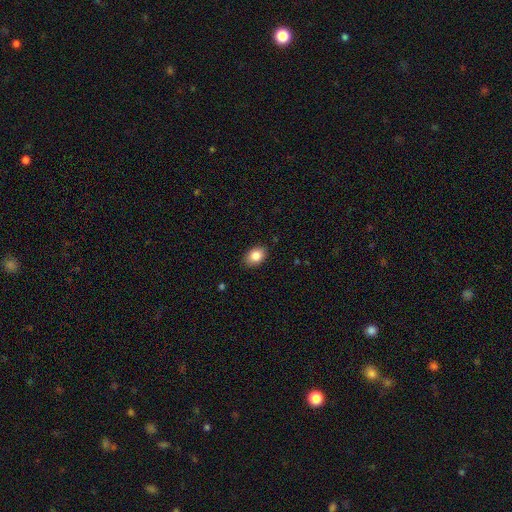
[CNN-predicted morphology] smooth 85%, star or artifact 8%, featured or disk 7%. Down the decision tree: how rounded — in between (82%); merging — none (87%).